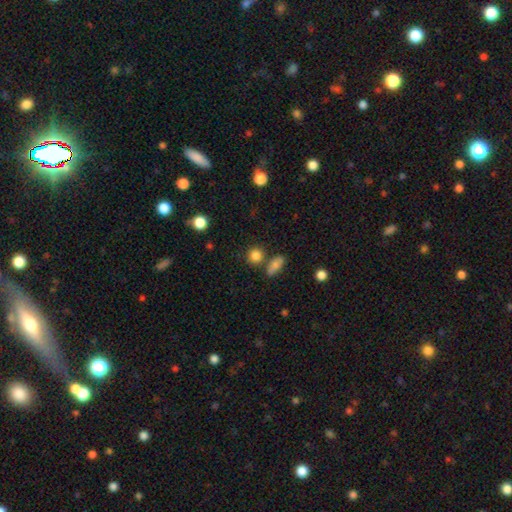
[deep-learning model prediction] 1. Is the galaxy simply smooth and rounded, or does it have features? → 83% smooth, 11% star or artifact, 6% featured or disk.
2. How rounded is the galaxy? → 83% round, 15% in between, 2% cigar-shaped.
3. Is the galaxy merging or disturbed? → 73% none, 14% merger, 10% minor disturbance, 3% major disturbance.